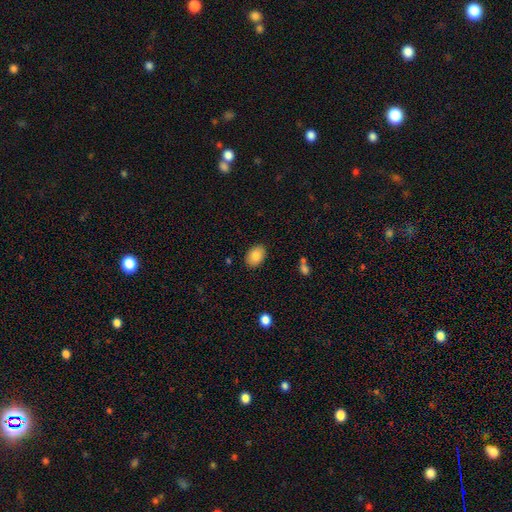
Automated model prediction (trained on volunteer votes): This appears to be a smooth galaxy with no disk features (85%) that is in between round and cigar-shaped (80%). Merging: none (87%).